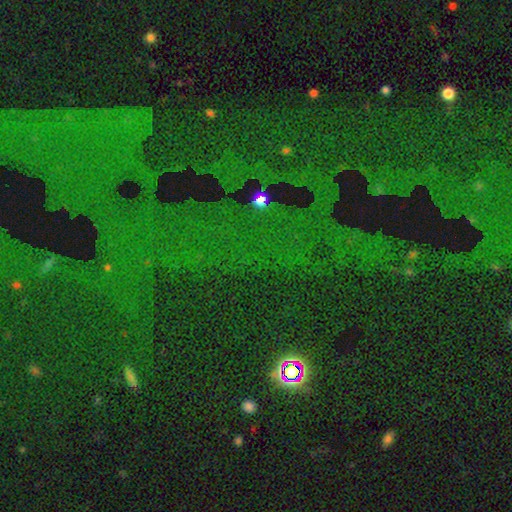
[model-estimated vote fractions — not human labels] Overall: star or artifact (81%).